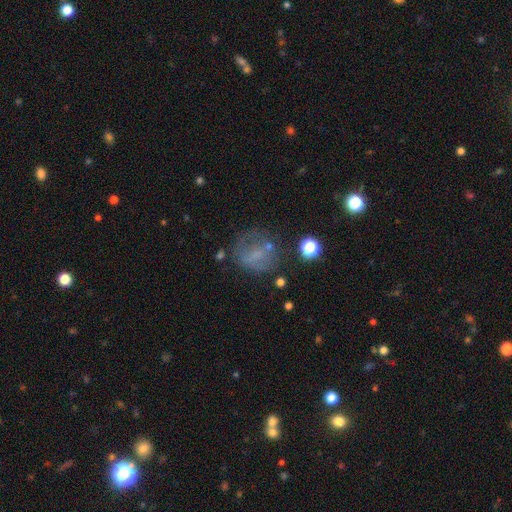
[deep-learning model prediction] This appears to be a smooth galaxy with no disk features (44%). Merging: none (52%).